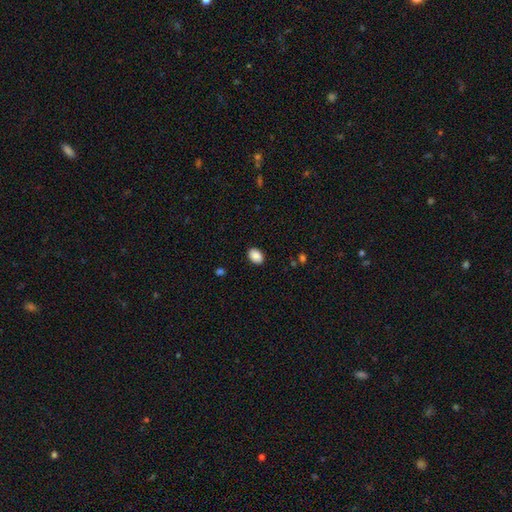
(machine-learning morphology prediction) type=smooth (89%); roundness=in between (79%); merging=none (88%).